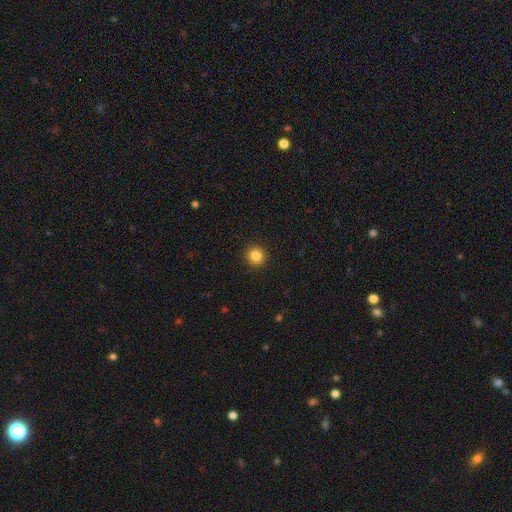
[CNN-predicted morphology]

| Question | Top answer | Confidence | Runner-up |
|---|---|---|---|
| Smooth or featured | smooth | 85% | star or artifact (11%) |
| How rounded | round | 93% | in between (6%) |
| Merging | none | 92% | minor disturbance (5%) |